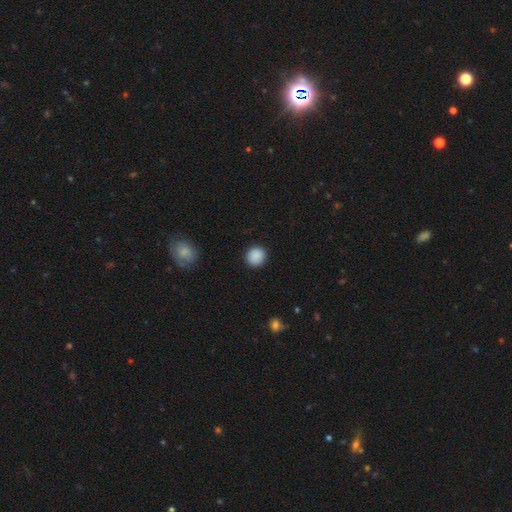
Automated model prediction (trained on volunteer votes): A smooth galaxy with no disk features (89%) that is round (91%).

Vote fractions:
- Smooth or featured? smooth: 89% / star or artifact: 8% / featured or disk: 3%
- How rounded? round: 91% / in between: 8% / cigar-shaped: 1%
- Merging? none: 91% / minor disturbance: 6% / major disturbance: 2% / merger: 1%